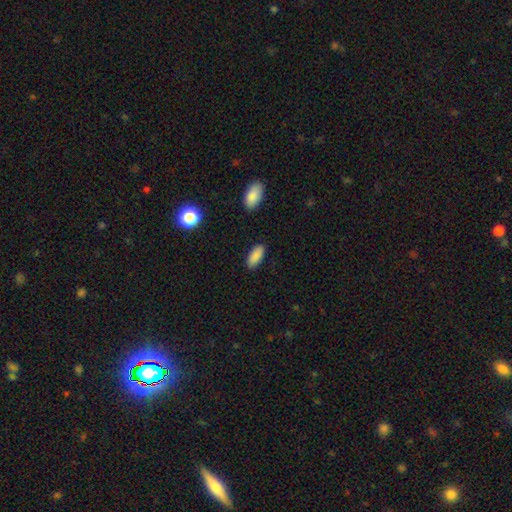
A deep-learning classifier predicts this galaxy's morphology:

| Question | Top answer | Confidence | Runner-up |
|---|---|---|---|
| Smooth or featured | smooth | 89% | star or artifact (7%) |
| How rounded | in between | 86% | cigar-shaped (12%) |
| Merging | none | 89% | minor disturbance (8%) |